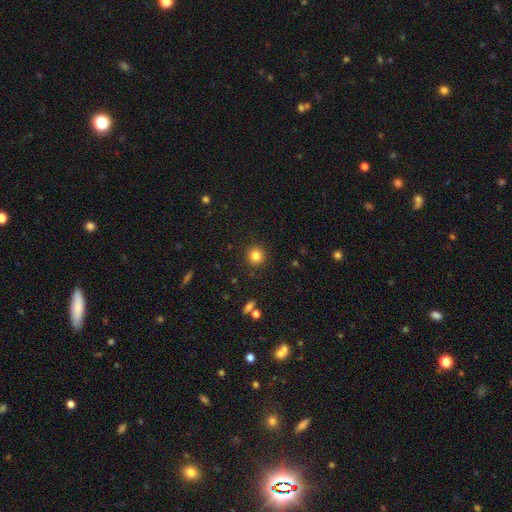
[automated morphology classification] The model was most divided on "smooth or featured": smooth: 83%, star or artifact: 11%, featured or disk: 6%. More confident: how rounded — round (92%); merging — none (91%).